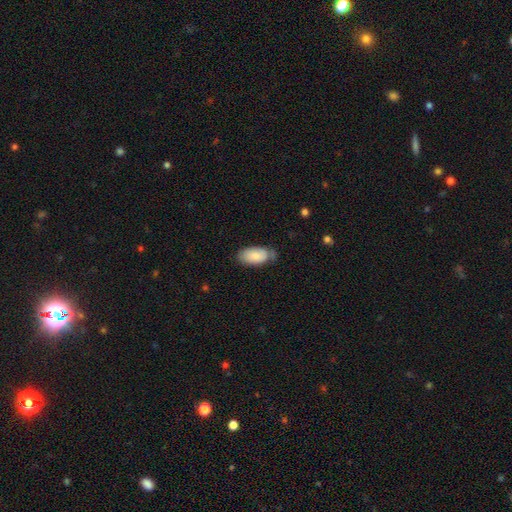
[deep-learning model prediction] Overall: smooth (80%). How rounded: in between (95%). Merging: none (59%; minor disturbance 30%).